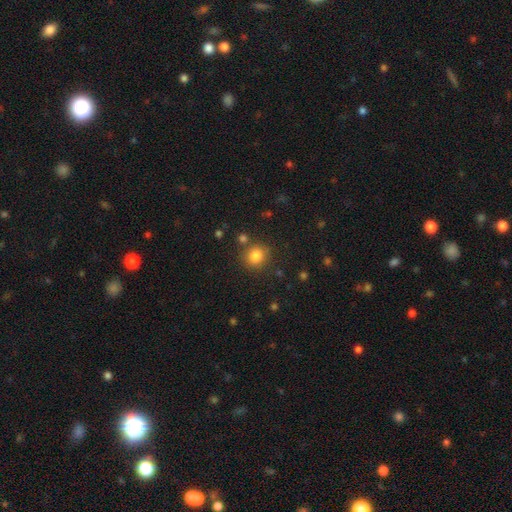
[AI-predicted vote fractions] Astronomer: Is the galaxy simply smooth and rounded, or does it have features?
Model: smooth — 83%.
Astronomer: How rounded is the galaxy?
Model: round — 82%.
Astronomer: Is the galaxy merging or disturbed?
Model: none — 80%.